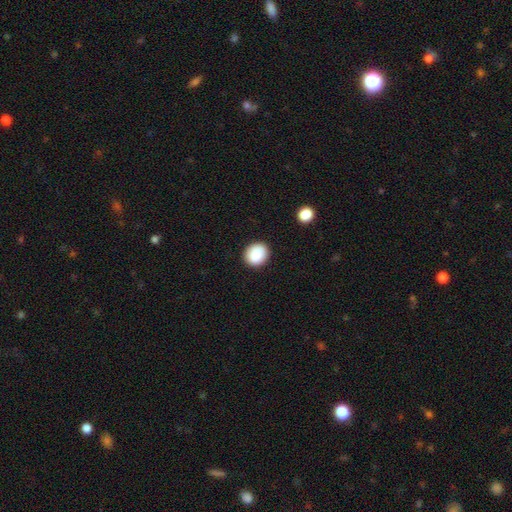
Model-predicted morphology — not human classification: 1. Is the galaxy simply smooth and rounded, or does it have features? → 85% smooth, 9% star or artifact, 6% featured or disk.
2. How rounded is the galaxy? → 73% round, 27% in between, 1% cigar-shaped.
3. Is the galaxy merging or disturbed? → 88% none, 9% minor disturbance, 2% major disturbance, 1% merger.